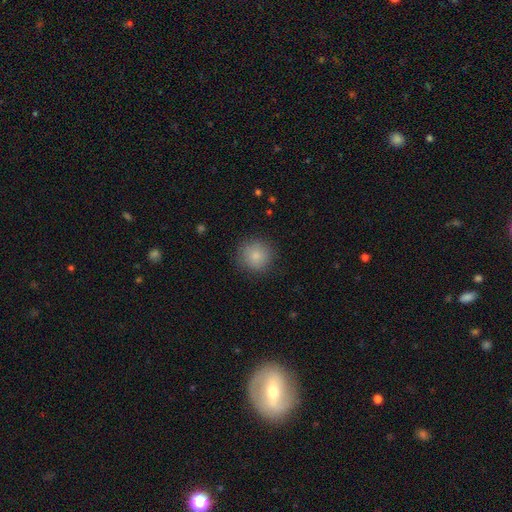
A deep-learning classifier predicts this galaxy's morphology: type=smooth (83%); roundness=round (93%); merging=none (87%).